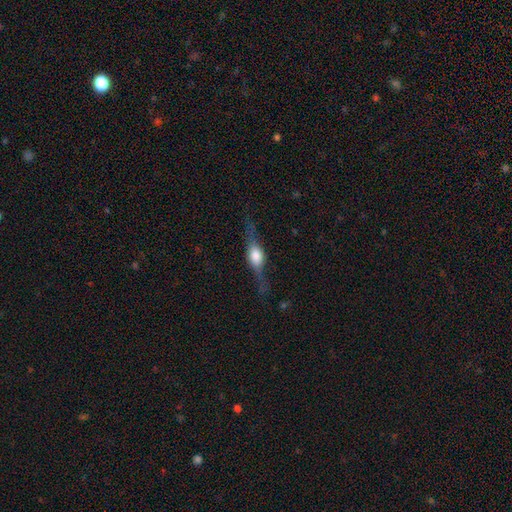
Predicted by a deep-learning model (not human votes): A featured or disk galaxy (71%) viewed edge-on (94%) with a rounded central bulge (89%). Merging: none (75%).